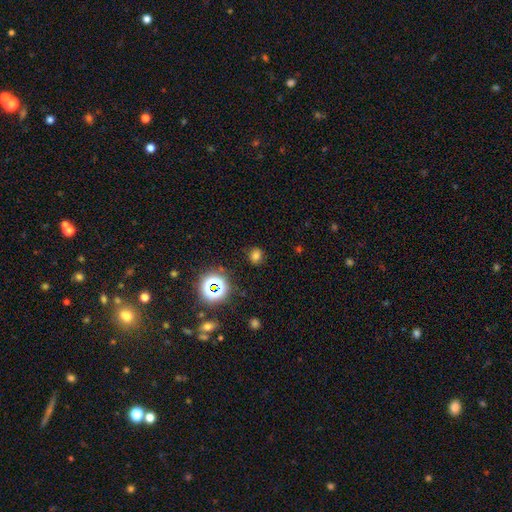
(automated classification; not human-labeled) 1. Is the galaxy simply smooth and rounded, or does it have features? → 69% smooth, 25% star or artifact, 6% featured or disk.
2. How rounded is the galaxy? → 76% round, 23% in between, 1% cigar-shaped.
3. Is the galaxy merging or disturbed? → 85% none, 10% minor disturbance, 3% major disturbance, 2% merger.